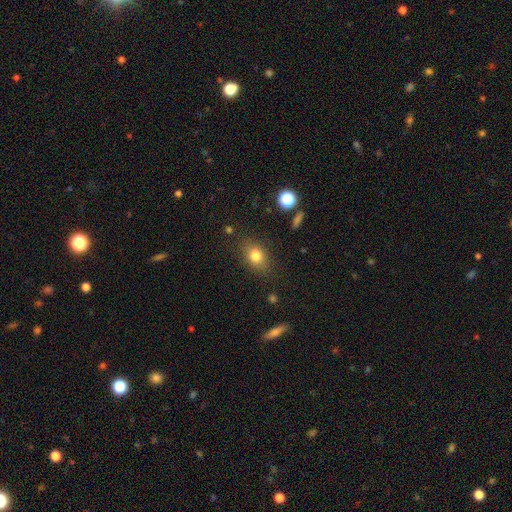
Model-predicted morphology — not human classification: The model was most divided on "how rounded": in between: 69%, round: 29%, cigar-shaped: 2%. More confident: merging — none (81%); smooth or featured — smooth (80%).